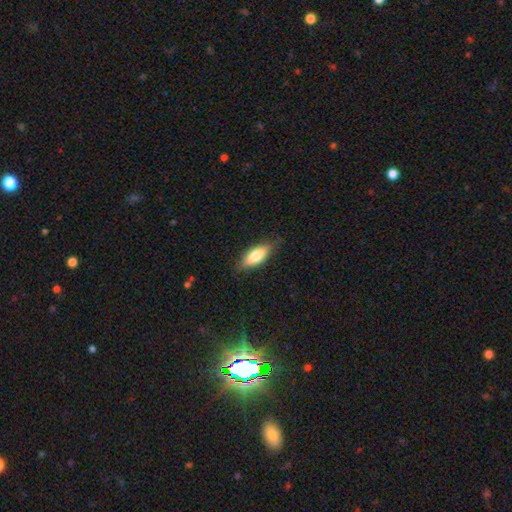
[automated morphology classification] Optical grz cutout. It shows a smooth galaxy with no disk features (76%) that is in between round and cigar-shaped (76%). Merging: none (80%).